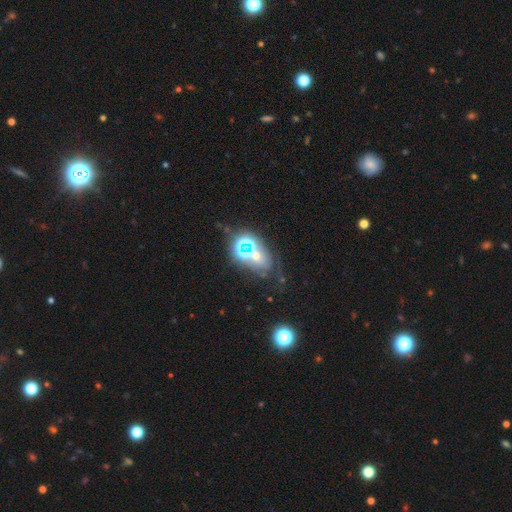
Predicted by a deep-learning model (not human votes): Smooth or featured: star or artifact — 45% (featured or disk — 28%)